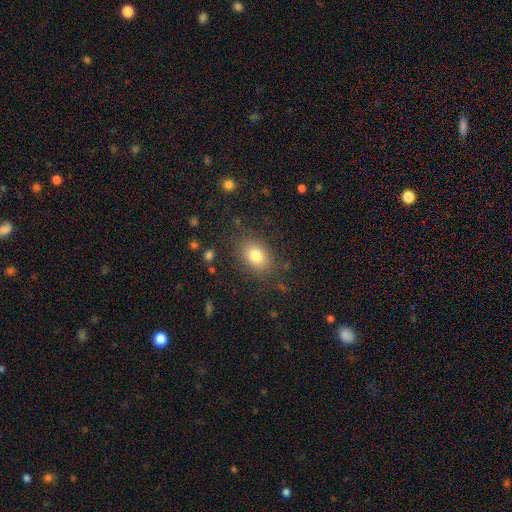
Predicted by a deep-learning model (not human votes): This is likely a smooth galaxy (79%). How rounded: likely in between (67%). Merging: clearly none (82%).